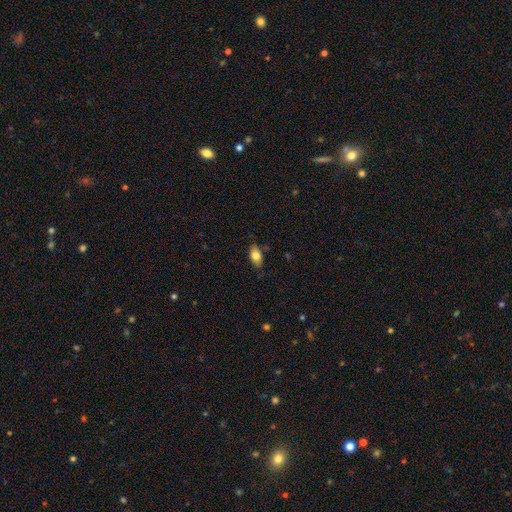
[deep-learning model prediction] smooth-or-featured: smooth: 78% | featured or disk: 14% | star or artifact: 7%
  how-rounded: in between: 89% | round: 6% | cigar-shaped: 5%
  merging: none: 79% | minor disturbance: 16% | major disturbance: 3% | merger: 2%